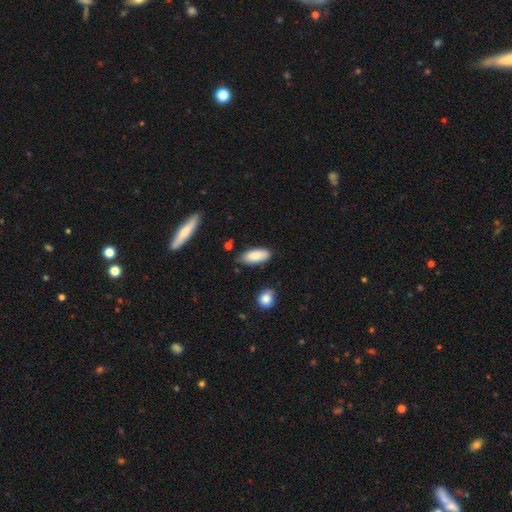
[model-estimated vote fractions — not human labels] Overall: smooth (86%). How rounded: in between (82%). Merging: none (76%).